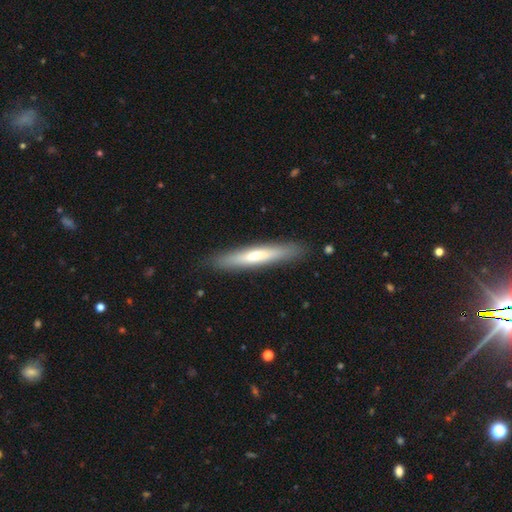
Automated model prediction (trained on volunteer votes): Morphology: type=smooth (56%); roundness=cigar-shaped (90%); merging=none (88%).